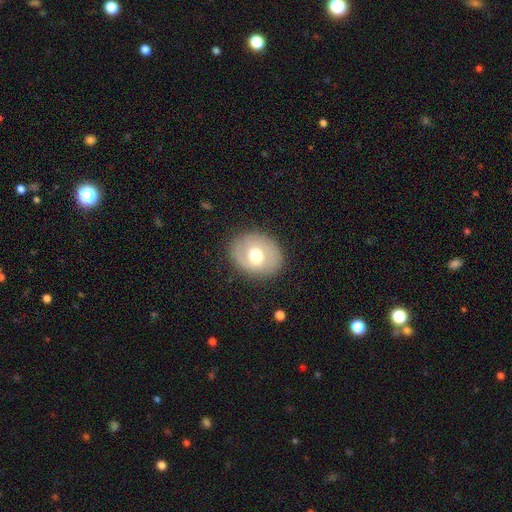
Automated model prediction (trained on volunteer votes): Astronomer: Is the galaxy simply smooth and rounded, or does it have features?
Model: smooth — 57% (runner-up: featured or disk, 35%).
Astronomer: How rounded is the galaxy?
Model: round — 53% (runner-up: in between, 47%).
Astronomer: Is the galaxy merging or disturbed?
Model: none — 83%.